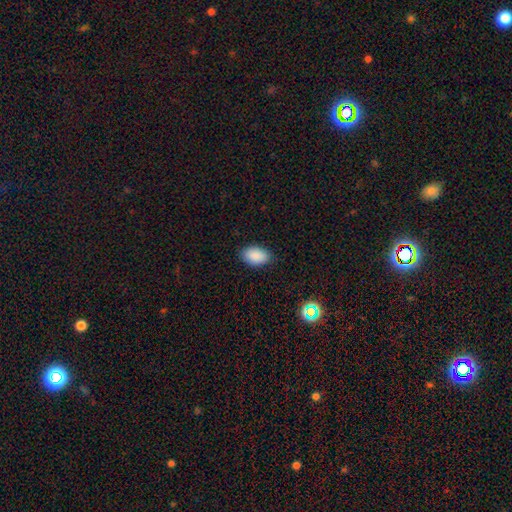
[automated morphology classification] type=smooth (89%); roundness=in between (93%); merging=none (85%).